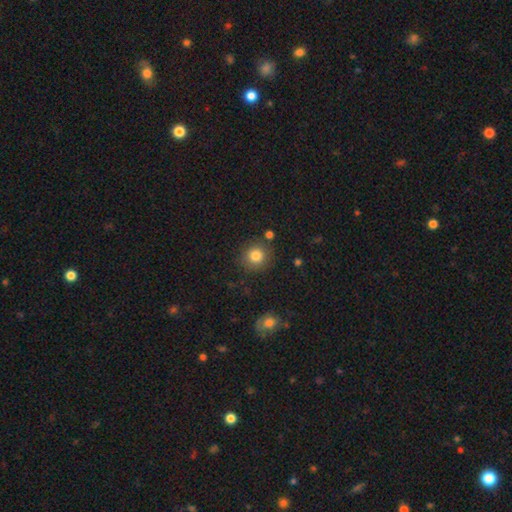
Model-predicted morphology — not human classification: A smooth galaxy with no disk features (83%) that is round (91%). Merging: none (85%).